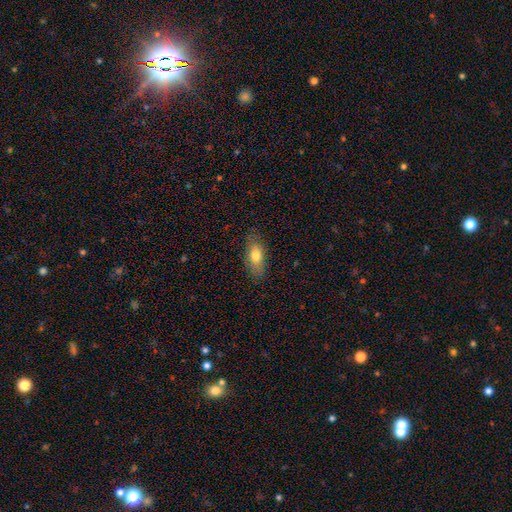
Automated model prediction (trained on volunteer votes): Smooth or featured? smooth (75%)
How rounded? in between (82%)
Merging? none (83%)